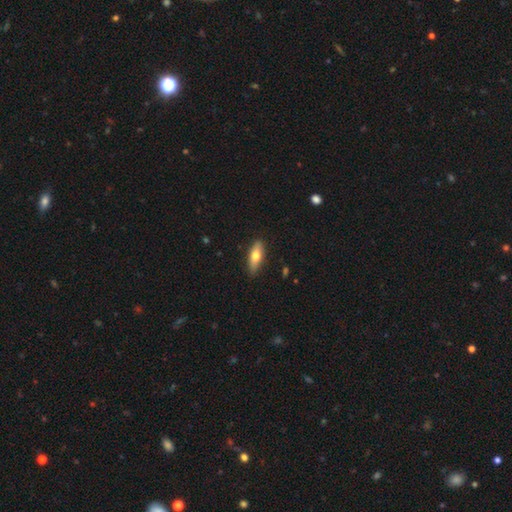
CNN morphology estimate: This appears to be a smooth galaxy with no disk features (65%) that is in between round and cigar-shaped (60%). Merging: none (86%).